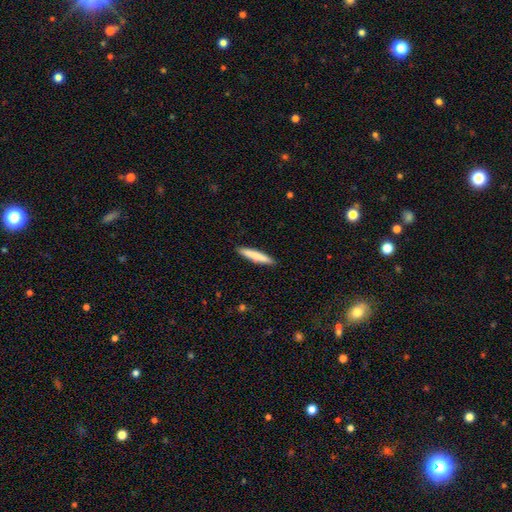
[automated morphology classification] A smooth galaxy with no disk features (78%) that is cigar-shaped (93%). Merging: none (91%).